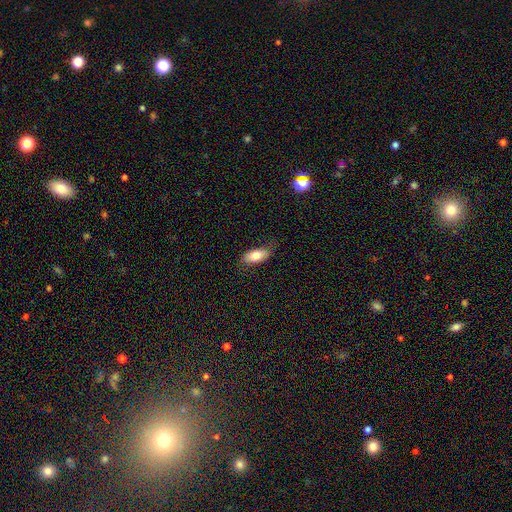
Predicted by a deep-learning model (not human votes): This appears to be a smooth galaxy with no disk features (80%) that is in between round and cigar-shaped (86%). Merging: none (76%).